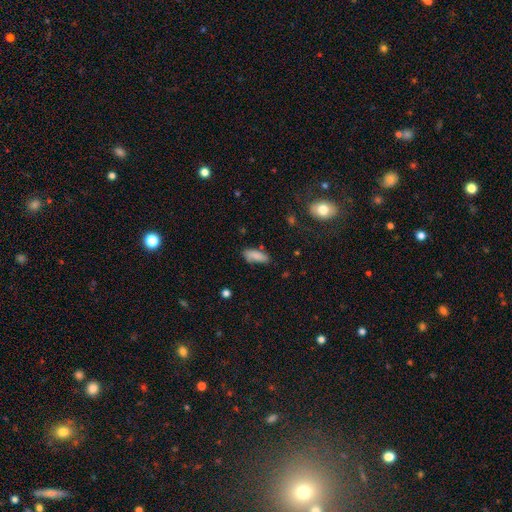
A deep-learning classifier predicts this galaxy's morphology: Smooth or featured?
  - smooth: 84% *
  - featured or disk: 8%
  - star or artifact: 8%
How rounded?
  - in between: 73% *
  - cigar-shaped: 25%
  - round: 2%
Merging?
  - none: 69% *
  - minor disturbance: 22%
  - major disturbance: 5%
  - merger: 4%